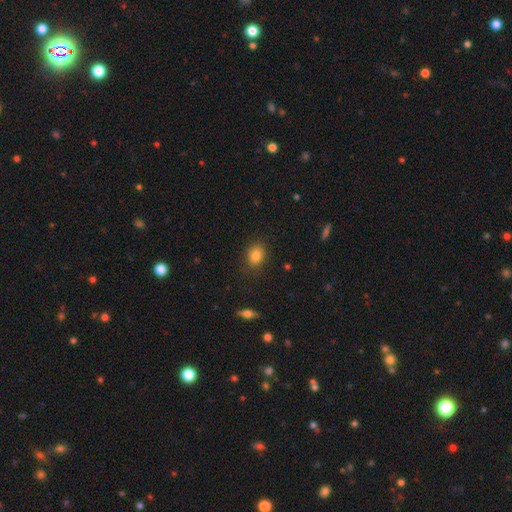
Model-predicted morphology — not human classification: A smooth galaxy with no disk features (83%) that is in between round and cigar-shaped (58%). Merging: none (82%).